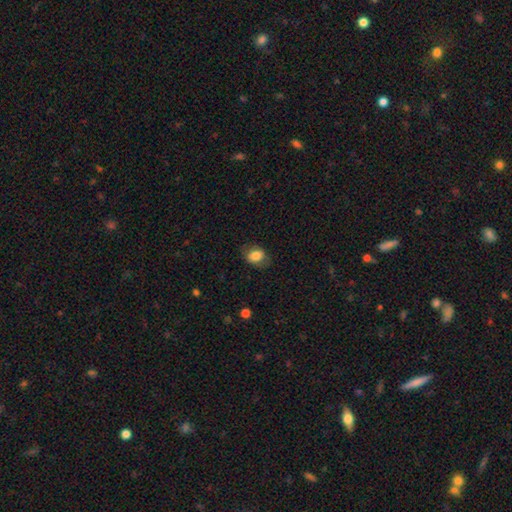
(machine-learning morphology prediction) smooth-or-featured: smooth: 80% | featured or disk: 12% | star or artifact: 8%
  how-rounded: in between: 64% | round: 34% | cigar-shaped: 1%
  merging: none: 74% | minor disturbance: 17% | major disturbance: 7% | merger: 1%